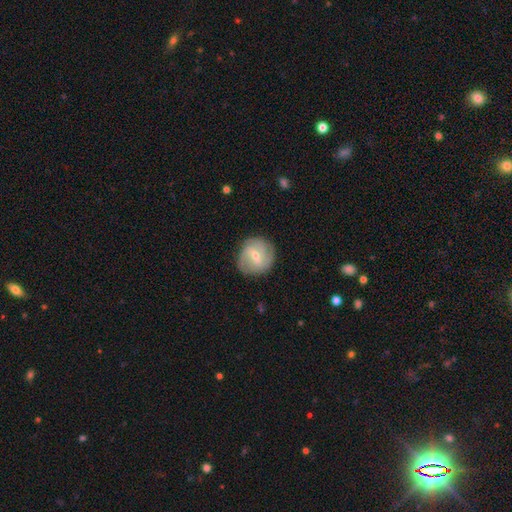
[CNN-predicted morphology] type=featured or disk (75%); edge-on=no (97%); bar=weak (56%); spiral arms=yes (91%); winding=tight (47%); arm count=3 (29%); bulge=small (51%); merging=none (81%).